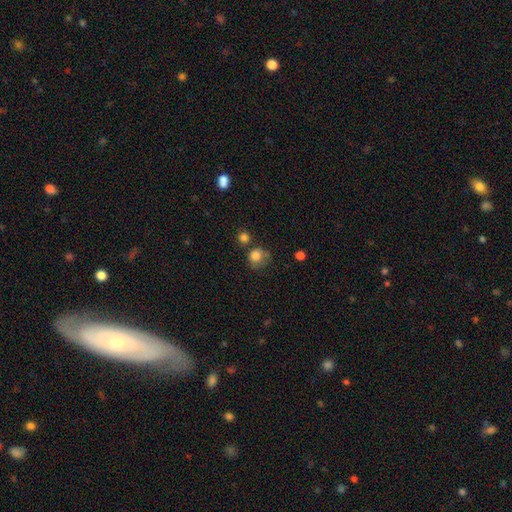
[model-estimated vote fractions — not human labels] smooth_or_featured: smooth (p=0.80) [alt: star or artifact p=0.11]
how_rounded: round (p=0.83) [alt: in between p=0.16]
merging: none (p=0.53) [alt: minor disturbance p=0.22]